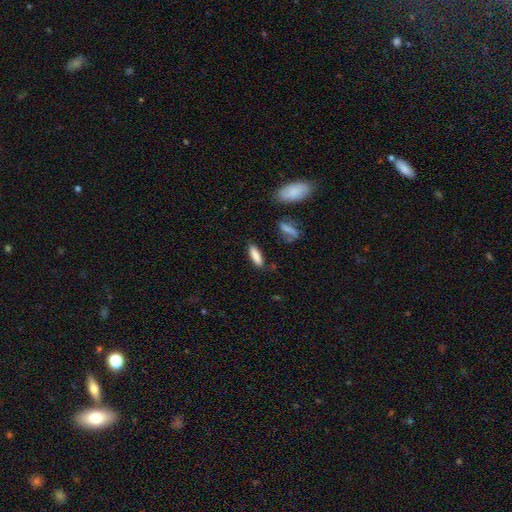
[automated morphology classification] Smooth or featured?
  - smooth: 85% *
  - featured or disk: 8%
  - star or artifact: 7%
How rounded?
  - cigar-shaped: 54% *
  - in between: 45%
  - round: 2%
Merging?
  - none: 80% *
  - minor disturbance: 13%
  - major disturbance: 3%
  - merger: 3%